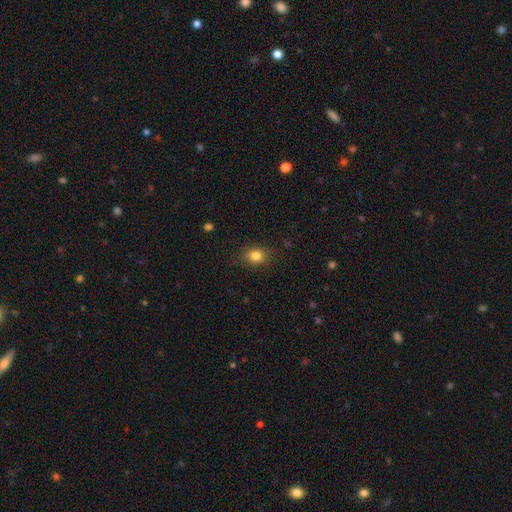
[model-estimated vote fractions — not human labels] This appears to be a smooth galaxy with no disk features (83%) that is round (52%). Merging: none (83%).